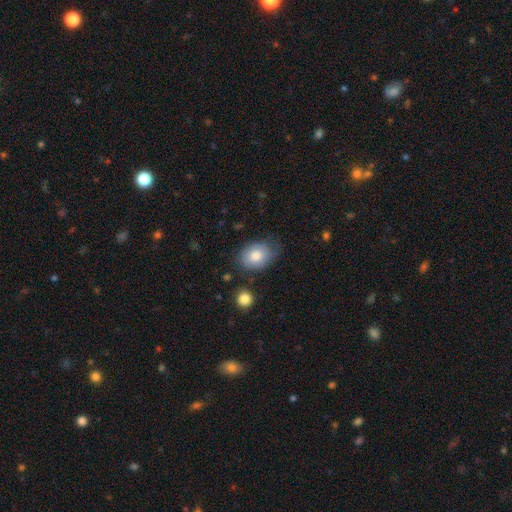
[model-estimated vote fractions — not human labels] Smooth or featured: smooth — 80% (featured or disk — 13%)
How rounded: in between — 66% (round — 33%)
Merging: none — 62% (minor disturbance — 28%)